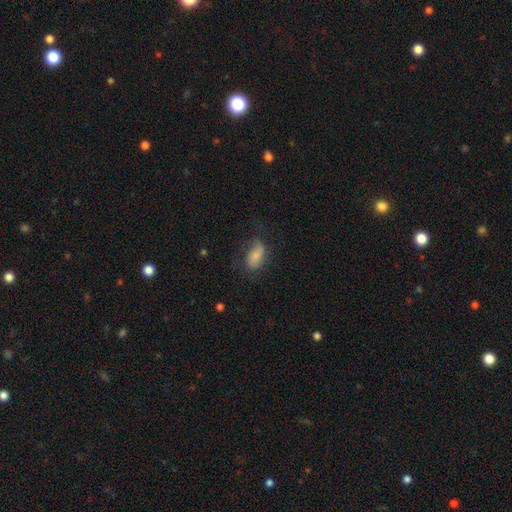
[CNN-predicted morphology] A smooth galaxy with no disk features (69%) that is in between round and cigar-shaped (91%).

Vote fractions:
- Smooth or featured? smooth: 69% / featured or disk: 23% / star or artifact: 8%
- How rounded? in between: 91% / round: 5% / cigar-shaped: 4%
- Merging? none: 55% / minor disturbance: 26% / major disturbance: 17% / merger: 2%